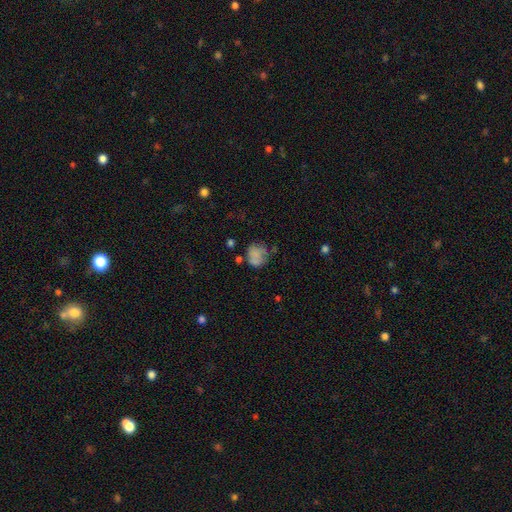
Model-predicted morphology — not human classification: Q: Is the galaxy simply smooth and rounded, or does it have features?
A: smooth — 69%.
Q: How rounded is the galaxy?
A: round — 70%.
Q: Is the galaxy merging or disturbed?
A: none — 49%.